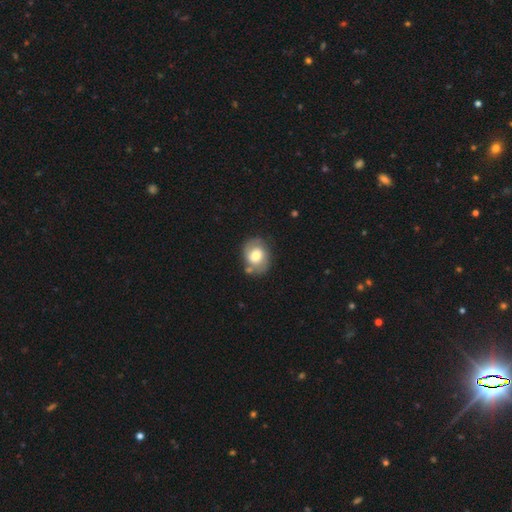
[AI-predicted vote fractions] Smooth or featured?
  - smooth: 51% *
  - featured or disk: 42%
  - star or artifact: 7%
How rounded?
  - in between: 50% *
  - round: 49%
  - cigar-shaped: 1%
Merging?
  - none: 65% *
  - minor disturbance: 20%
  - merger: 8%
  - major disturbance: 7%